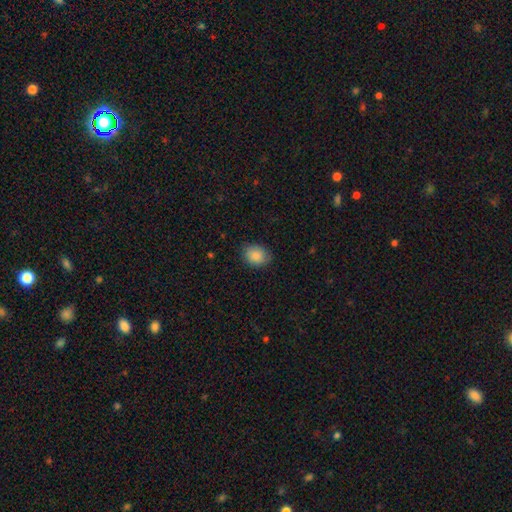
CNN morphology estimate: type=smooth (87%); roundness=in between (52%); merging=none (83%).